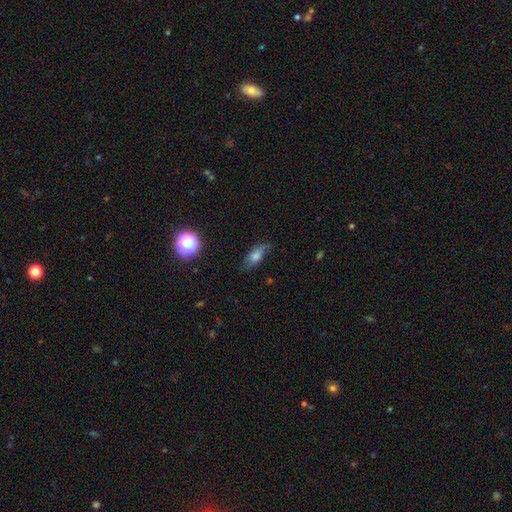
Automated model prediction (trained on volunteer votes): A smooth galaxy with no disk features (60%) that is in between round and cigar-shaped (73%). Merging: none (57%).